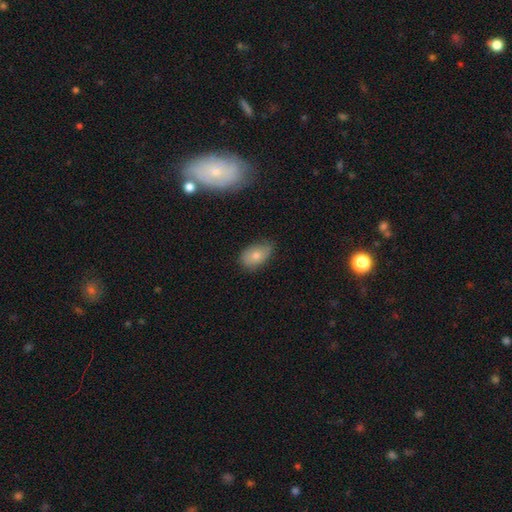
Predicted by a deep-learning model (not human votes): Smooth or featured?
  - smooth: 76% *
  - featured or disk: 17%
  - star or artifact: 8%
How rounded?
  - in between: 88% *
  - round: 10%
  - cigar-shaped: 1%
Merging?
  - none: 69% *
  - minor disturbance: 25%
  - major disturbance: 5%
  - merger: 2%